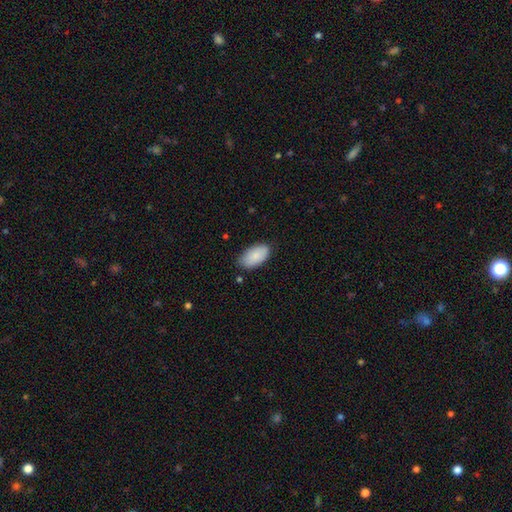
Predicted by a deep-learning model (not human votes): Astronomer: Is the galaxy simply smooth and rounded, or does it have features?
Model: smooth — 87%.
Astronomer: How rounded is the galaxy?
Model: in between — 95%.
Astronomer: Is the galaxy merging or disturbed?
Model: none — 80%.